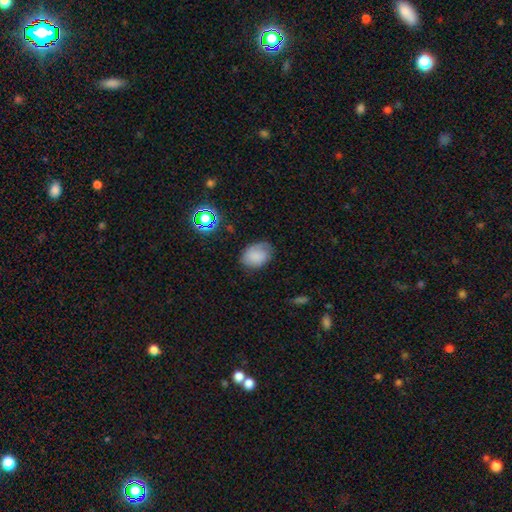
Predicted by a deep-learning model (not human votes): Morphology: type=smooth (81%); roundness=in between (70%); merging=none (69%).